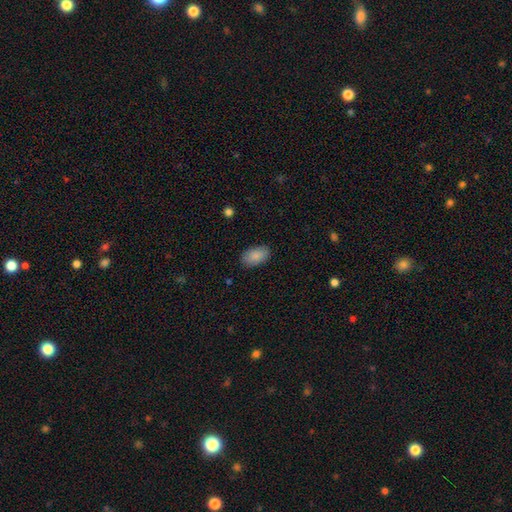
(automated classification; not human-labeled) The model was most divided on "merging": none: 87%, minor disturbance: 10%, major disturbance: 2%, merger: 1%. More confident: how rounded — in between (93%); smooth or featured — smooth (88%).